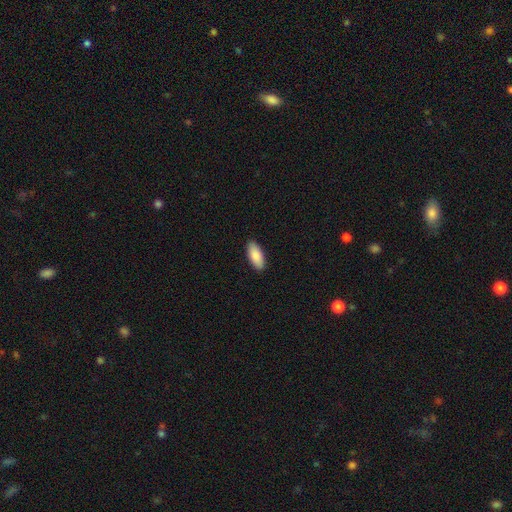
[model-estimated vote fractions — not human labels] Q: Smooth or featured?
A: smooth (88%); runner-up: featured or disk (6%)
Q: How rounded?
A: in between (87%); runner-up: cigar-shaped (11%)
Q: Merging?
A: none (90%); runner-up: minor disturbance (7%)